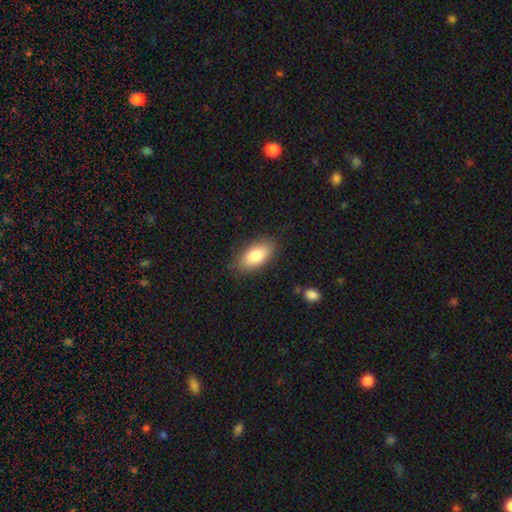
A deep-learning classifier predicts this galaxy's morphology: A smooth galaxy with no disk features (82%) that is in between round and cigar-shaped (91%). Merging: none (84%).